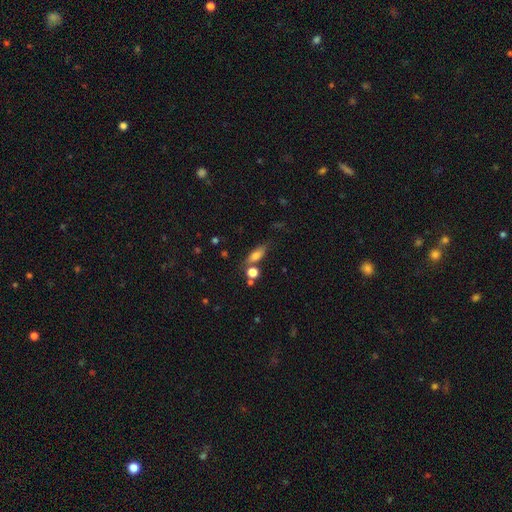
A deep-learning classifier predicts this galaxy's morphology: Smooth or featured?
  - smooth: 74% *
  - featured or disk: 15%
  - star or artifact: 11%
How rounded?
  - in between: 67% *
  - cigar-shaped: 26%
  - round: 8%
Merging?
  - none: 60% *
  - minor disturbance: 18%
  - merger: 16%
  - major disturbance: 7%